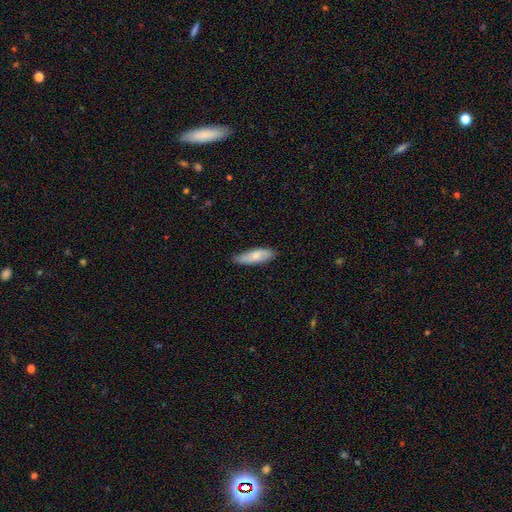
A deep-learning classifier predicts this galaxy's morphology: Smooth or featured? smooth (75%)
How rounded? in between (50%)
Merging? none (81%)